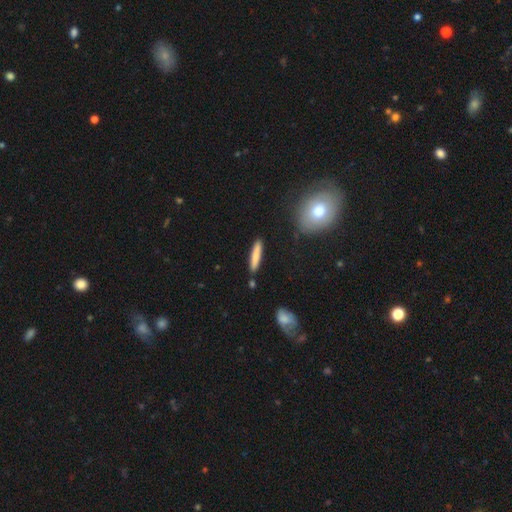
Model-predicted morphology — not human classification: type=smooth (78%); roundness=cigar-shaped (90%); merging=none (87%).